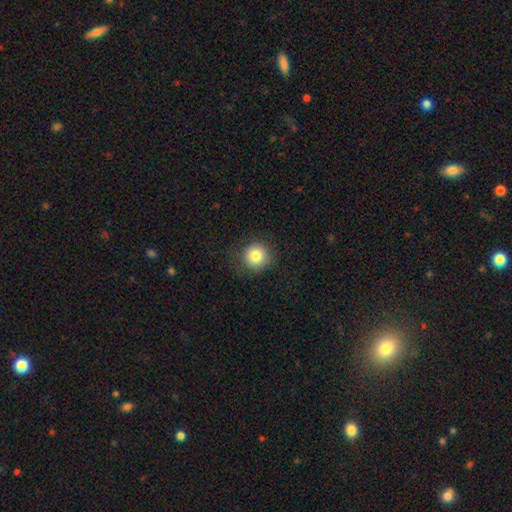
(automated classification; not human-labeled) smooth 83%, star or artifact 10%, featured or disk 7%. Down the decision tree: how rounded — round (93%); merging — none (85%).